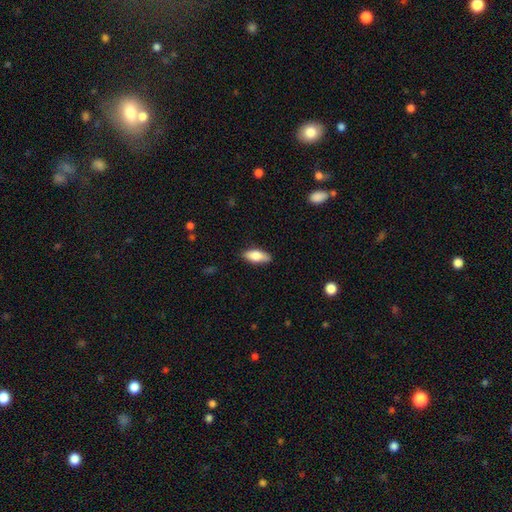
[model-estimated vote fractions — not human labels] Smooth or featured? smooth (79%)
How rounded? in between (80%)
Merging? none (83%)